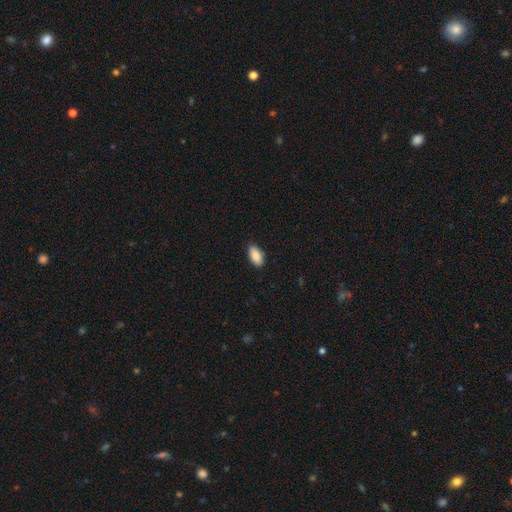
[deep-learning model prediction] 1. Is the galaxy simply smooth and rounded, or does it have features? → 90% smooth, 6% star or artifact, 4% featured or disk.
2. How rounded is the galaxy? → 93% in between, 5% cigar-shaped, 2% round.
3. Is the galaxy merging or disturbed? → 87% none, 10% minor disturbance, 2% major disturbance, 1% merger.